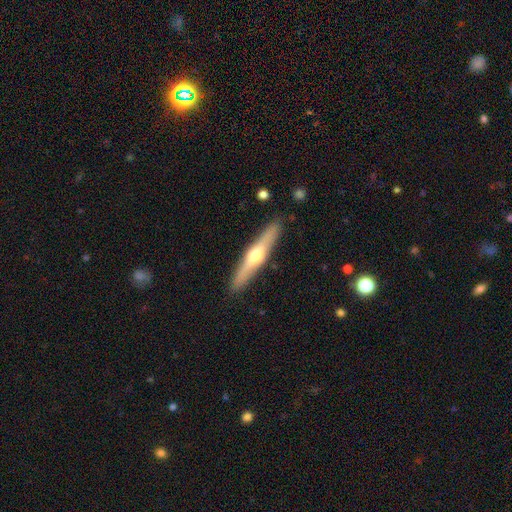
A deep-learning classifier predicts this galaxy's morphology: Q: Smooth or featured?
A: featured or disk (59%); runner-up: smooth (36%)
Q: Edge-on disk?
A: yes (93%); runner-up: no (7%)
Q: Edge-on bulge?
A: rounded (92%); runner-up: none (5%)
Q: Merging?
A: none (90%); runner-up: minor disturbance (7%)